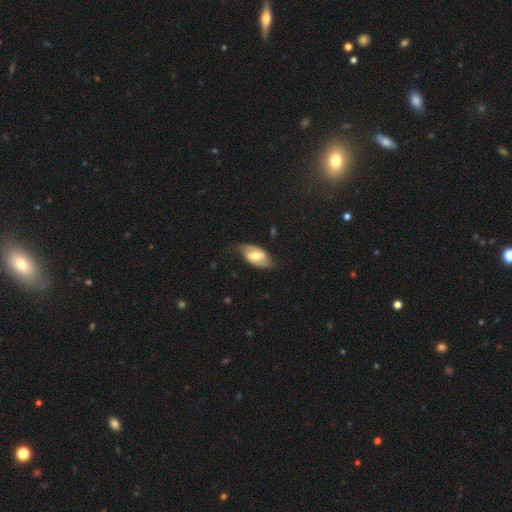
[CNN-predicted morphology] Overall: featured or disk (57%; smooth 37%). Edge-on disk: no (91%). Bar: weak (44%; strong 29%). Spiral arms: yes (74%). Bulge size: moderate (68%). Merging: none (68%).